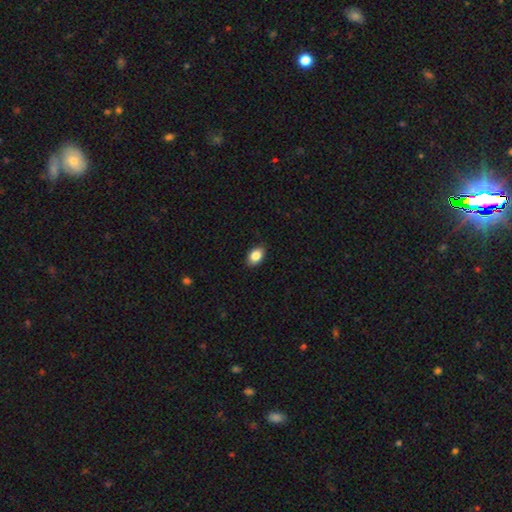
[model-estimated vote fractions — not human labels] Overall: smooth (85%). How rounded: in between (87%). Merging: none (89%).